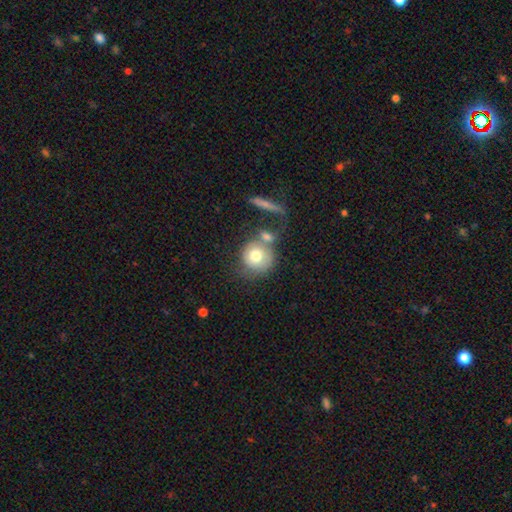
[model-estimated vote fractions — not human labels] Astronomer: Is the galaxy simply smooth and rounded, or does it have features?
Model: smooth — 73%.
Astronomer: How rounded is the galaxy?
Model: round — 89%.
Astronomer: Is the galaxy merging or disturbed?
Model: none — 46% (runner-up: merger, 32%).